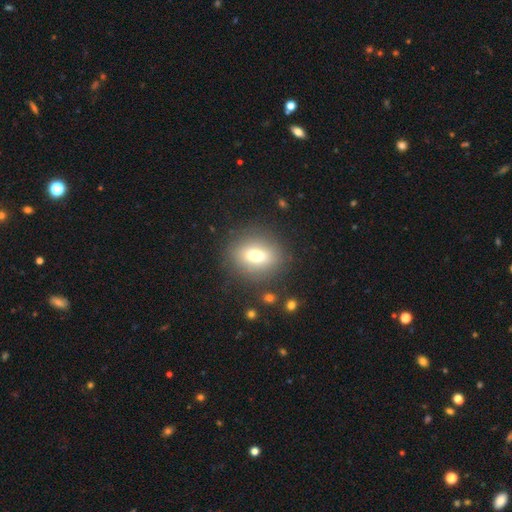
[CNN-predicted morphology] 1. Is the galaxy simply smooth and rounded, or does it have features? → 70% smooth, 18% featured or disk, 12% star or artifact.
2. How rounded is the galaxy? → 53% round, 45% in between, 2% cigar-shaped.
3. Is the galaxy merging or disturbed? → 84% none, 10% minor disturbance, 4% major disturbance, 2% merger.